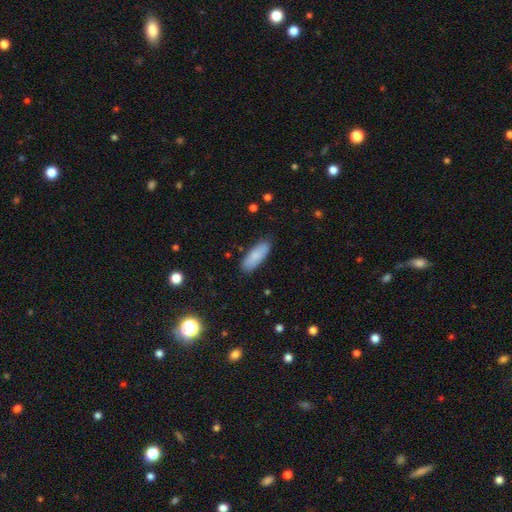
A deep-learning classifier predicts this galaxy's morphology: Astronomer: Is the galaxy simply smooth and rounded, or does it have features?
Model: smooth — 83%.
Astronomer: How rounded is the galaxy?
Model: in between — 69%.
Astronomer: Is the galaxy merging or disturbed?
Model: none — 85%.